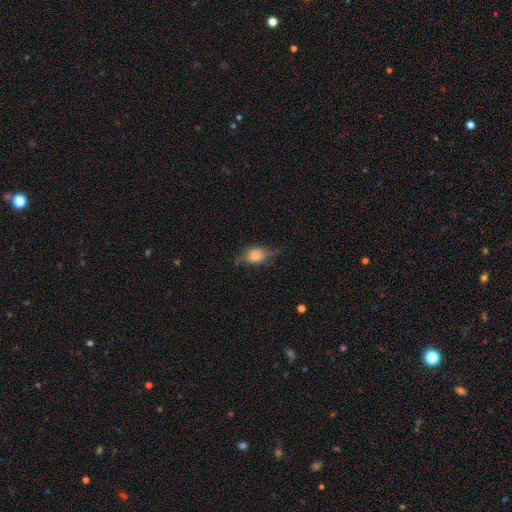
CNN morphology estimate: A smooth galaxy with no disk features (62%) that is in between round and cigar-shaped (83%). Merging: none (49%).